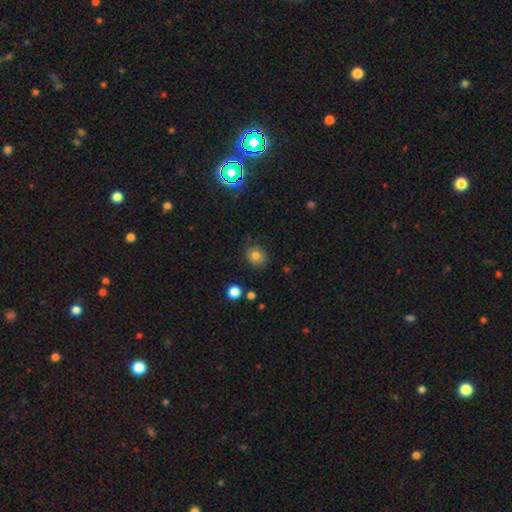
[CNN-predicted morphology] A smooth galaxy with no disk features (78%) that is round (75%). Merging: none (83%).